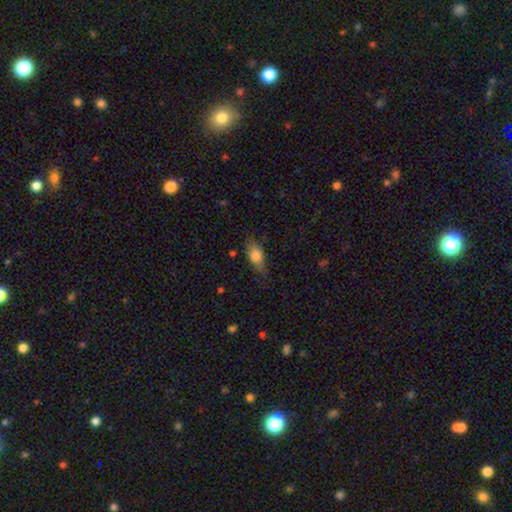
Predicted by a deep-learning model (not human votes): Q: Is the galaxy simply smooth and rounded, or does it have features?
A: smooth — 73%.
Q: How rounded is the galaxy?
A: in between — 77%.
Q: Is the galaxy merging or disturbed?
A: none — 73%.